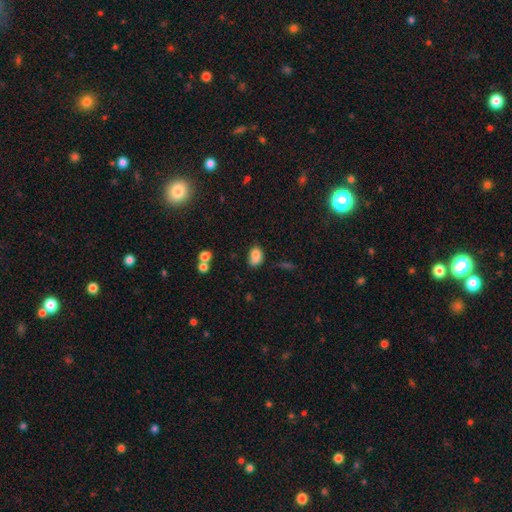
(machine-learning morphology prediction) smooth-or-featured: smooth: 81% | star or artifact: 11% | featured or disk: 8%
  how-rounded: in between: 82% | round: 17% | cigar-shaped: 2%
  merging: none: 50% | minor disturbance: 30% | merger: 10% | major disturbance: 9%